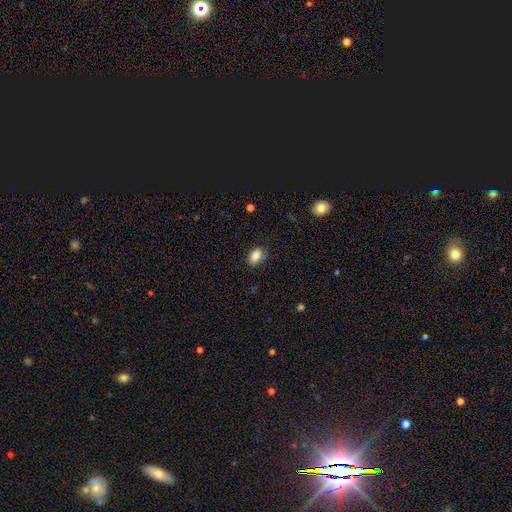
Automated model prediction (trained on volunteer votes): A smooth galaxy with no disk features (86%) that is in between round and cigar-shaped (85%).

Vote fractions:
- Smooth or featured? smooth: 86% / star or artifact: 8% / featured or disk: 5%
- How rounded? in between: 85% / round: 14% / cigar-shaped: 1%
- Merging? none: 75% / minor disturbance: 20% / major disturbance: 4% / merger: 1%